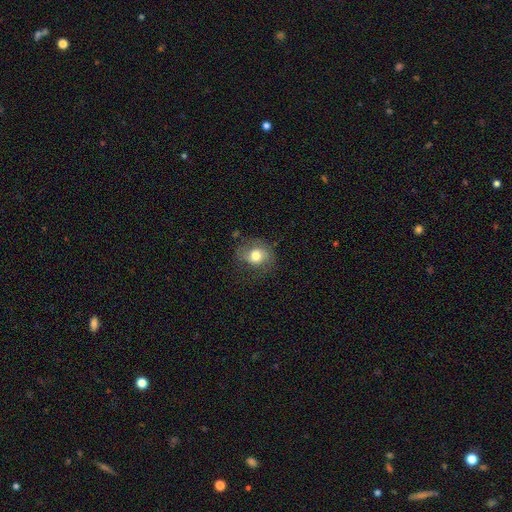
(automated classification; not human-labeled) Morphology: type=smooth (67%); roundness=round (60%); merging=none (62%).